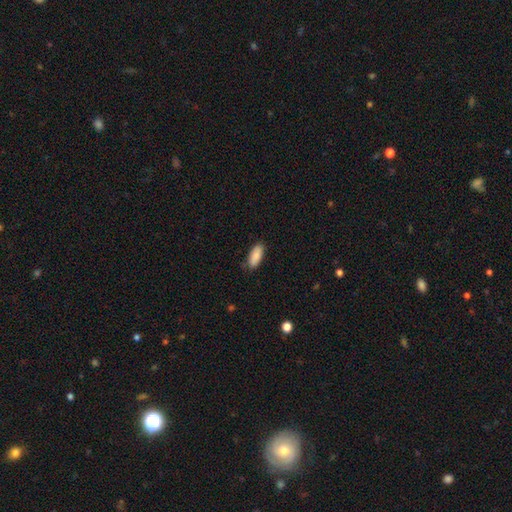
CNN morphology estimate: A smooth galaxy with no disk features (87%) that is in between round and cigar-shaped (82%). Merging: none (81%).